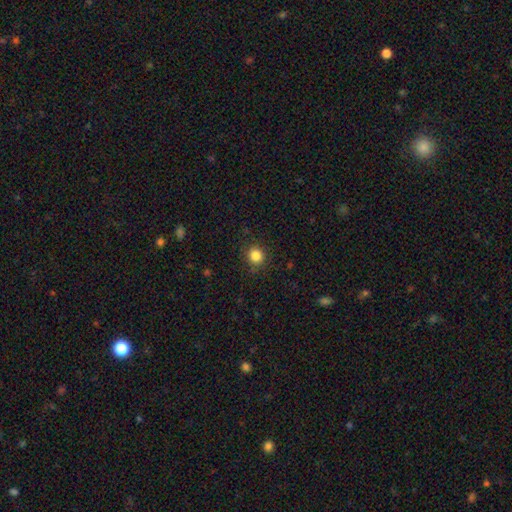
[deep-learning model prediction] smooth 84%, star or artifact 12%, featured or disk 4%. Down the decision tree: how rounded — round (88%); merging — none (87%).